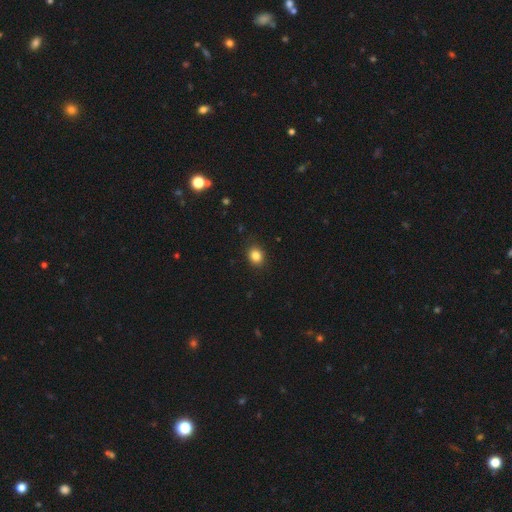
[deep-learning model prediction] smooth 85%, star or artifact 11%, featured or disk 5%. Down the decision tree: how rounded — round (63%); merging — none (90%).